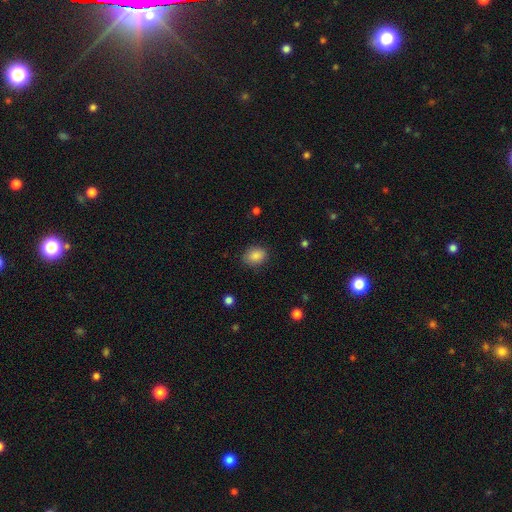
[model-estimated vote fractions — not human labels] A smooth galaxy with no disk features (86%) that is in between round and cigar-shaped (63%). Merging: none (83%).